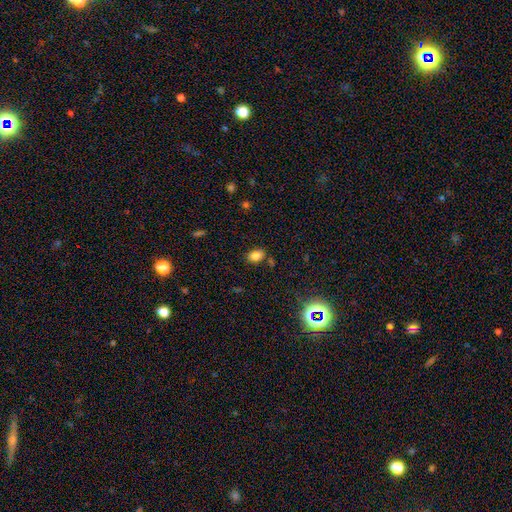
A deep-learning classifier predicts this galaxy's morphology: Smooth or featured?
  - smooth: 82% *
  - star or artifact: 11%
  - featured or disk: 7%
How rounded?
  - in between: 77% *
  - round: 21%
  - cigar-shaped: 1%
Merging?
  - none: 78% *
  - minor disturbance: 13%
  - merger: 6%
  - major disturbance: 3%